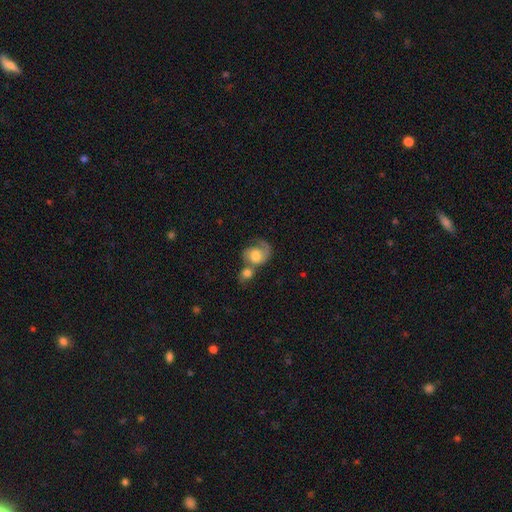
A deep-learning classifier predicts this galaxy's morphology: smooth-or-featured: featured or disk: 58% | smooth: 35% | star or artifact: 7%
  disk-edge-on: no: 97% | yes: 3%
    bar: no: 73% | weak: 23% | strong: 4%
    has-spiral-arms: yes: 85% | no: 15%
    bulge-size: moderate: 55% | large: 27% | small: 11% | none: 5% | dominant: 3%
  merging: merger: 56% | none: 21% | major disturbance: 13% | minor disturbance: 10%